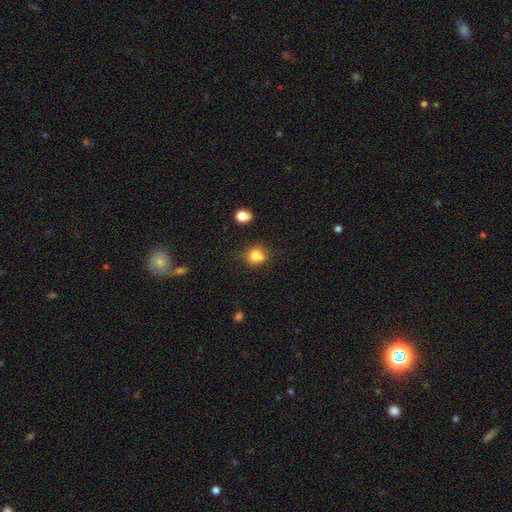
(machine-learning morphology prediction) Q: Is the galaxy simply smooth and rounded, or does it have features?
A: smooth — 75%.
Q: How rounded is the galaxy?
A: round — 66%.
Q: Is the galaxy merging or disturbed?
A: none — 49%.